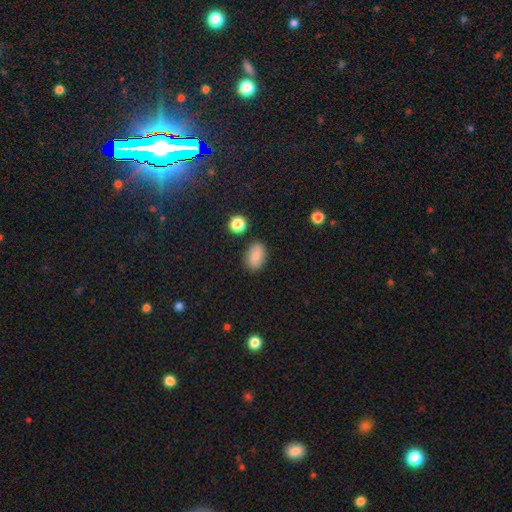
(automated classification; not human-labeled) Morphology: type=smooth (86%); roundness=in between (89%); merging=none (83%).